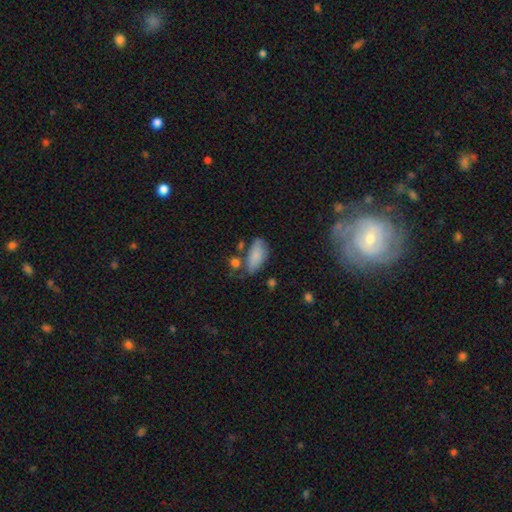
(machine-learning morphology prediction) This appears to be a smooth galaxy with no disk features (81%) that is in between round and cigar-shaped (90%). Merging: none (56%).